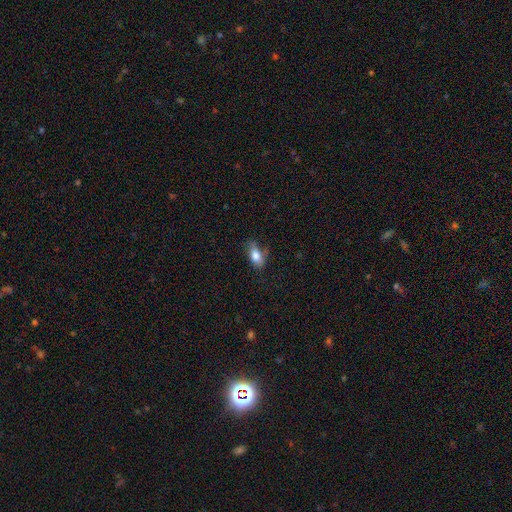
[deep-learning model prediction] This is likely a smooth galaxy (79%). How rounded: clearly in between (88%). Merging: possibly none (55%).